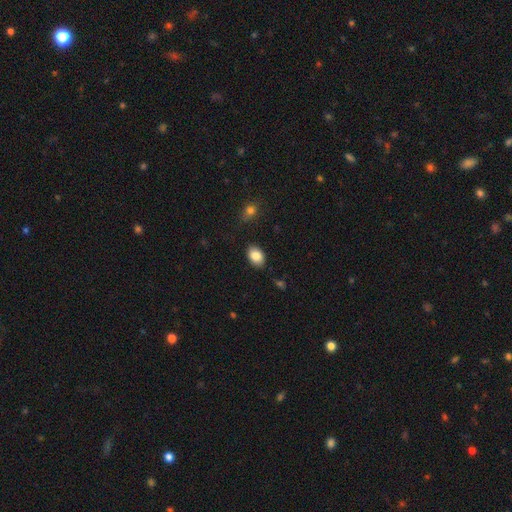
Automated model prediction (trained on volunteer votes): A smooth galaxy with no disk features (86%) that is in between round and cigar-shaped (84%).

Vote fractions:
- Smooth or featured? smooth: 86% / star or artifact: 7% / featured or disk: 7%
- How rounded? in between: 84% / round: 15% / cigar-shaped: 1%
- Merging? none: 86% / minor disturbance: 10% / major disturbance: 2% / merger: 2%